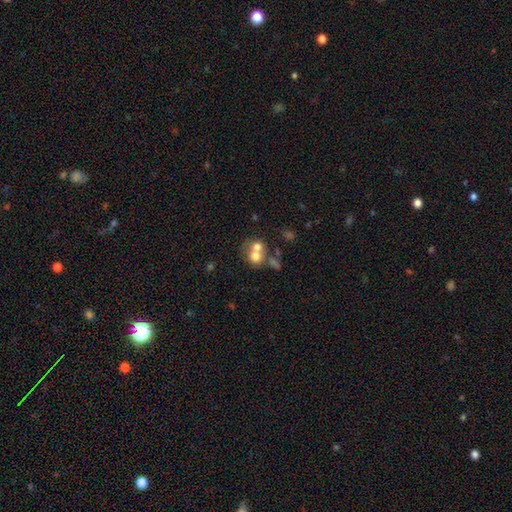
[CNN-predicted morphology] smooth_or_featured: smooth (p=0.64) [alt: featured or disk p=0.23]
how_rounded: round (p=0.75) [alt: in between p=0.24]
merging: merger (p=0.60) [alt: none p=0.29]